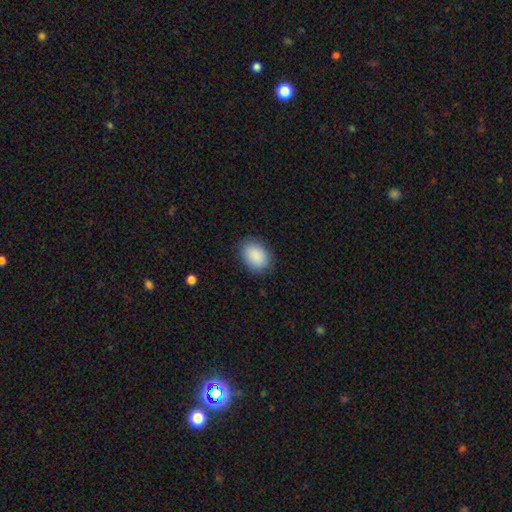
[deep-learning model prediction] Overall: smooth (90%). How rounded: in between (78%). Merging: none (85%).